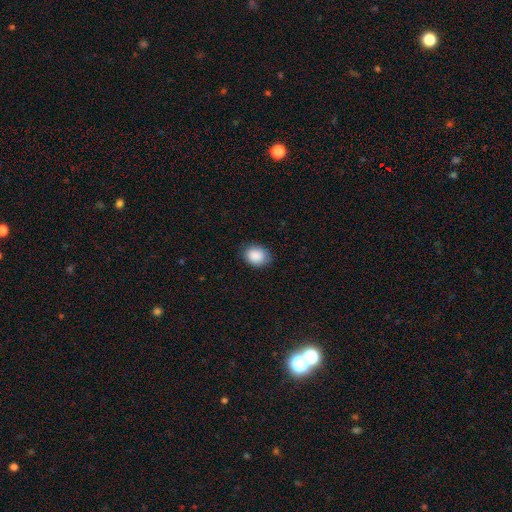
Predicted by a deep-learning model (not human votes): smooth_or_featured: smooth (p=0.89) [alt: star or artifact p=0.07]
how_rounded: in between (p=0.52) [alt: round p=0.47]
merging: none (p=0.81) [alt: minor disturbance p=0.15]